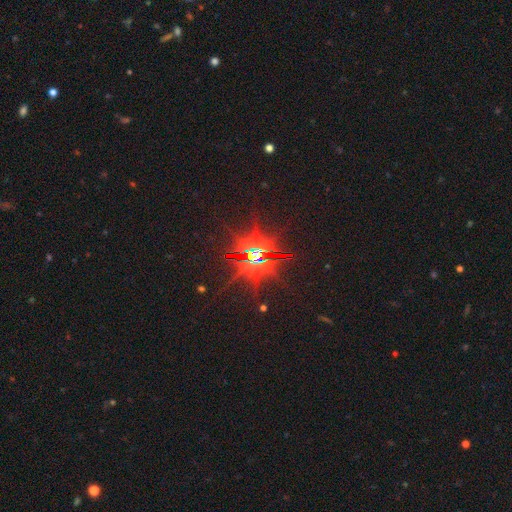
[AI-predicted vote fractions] smooth-or-featured: star or artifact: 85% | featured or disk: 9% | smooth: 7%